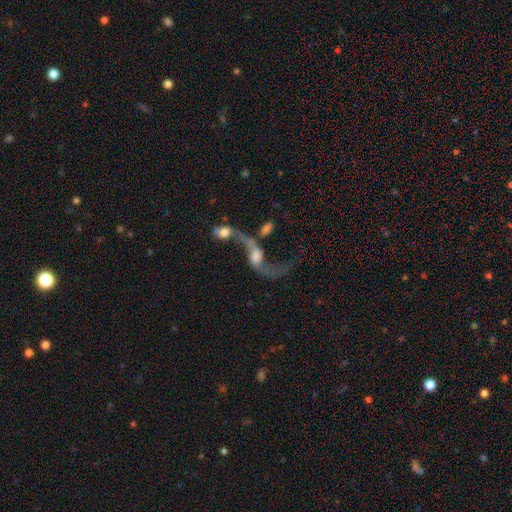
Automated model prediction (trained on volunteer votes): Smooth or featured?
  - featured or disk: 73% *
  - smooth: 17%
  - star or artifact: 10%
Edge-on disk?
  - no: 92% *
  - yes: 8%
Bar?
  - no: 55% *
  - weak: 34%
  - strong: 11%
Spiral arms?
  - yes: 82% *
  - no: 18%
Spiral winding?
  - loose: 93% *
  - medium: 5%
  - tight: 2%
Spiral arm count?
  - 2: 81% *
  - 1: 12%
  - can't tell: 4%
  - 3: 1%
  - 4: 1%
  - more than 4: 1%
Bulge size?
  - moderate: 40% *
  - small: 23%
  - large: 19%
  - none: 14%
  - dominant: 4%
Merging?
  - merger: 64% *
  - major disturbance: 16%
  - none: 14%
  - minor disturbance: 6%